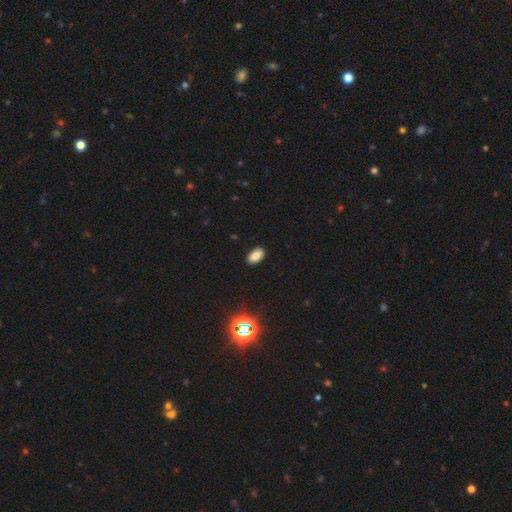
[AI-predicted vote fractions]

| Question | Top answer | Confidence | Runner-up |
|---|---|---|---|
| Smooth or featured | smooth | 83% | star or artifact (12%) |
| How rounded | in between | 93% | round (5%) |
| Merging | none | 89% | minor disturbance (8%) |